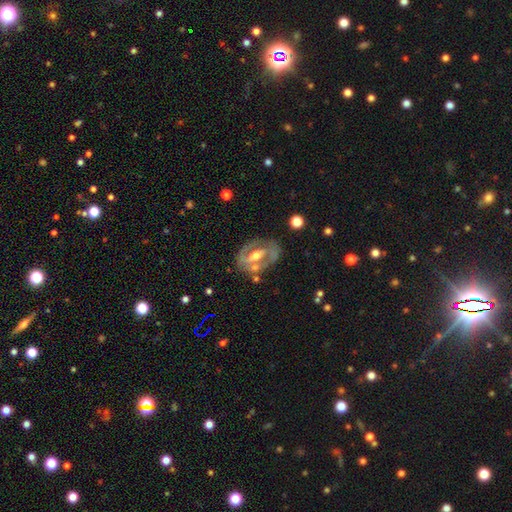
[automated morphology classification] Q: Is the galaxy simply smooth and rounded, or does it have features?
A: featured or disk — 82%.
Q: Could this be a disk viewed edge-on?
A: no — 93%.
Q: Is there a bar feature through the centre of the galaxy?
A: strong — 56%.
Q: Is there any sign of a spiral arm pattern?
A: yes — 74%.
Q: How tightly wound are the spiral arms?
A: medium — 44%.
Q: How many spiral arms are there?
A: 2 — 79%.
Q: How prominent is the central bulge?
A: moderate — 69%.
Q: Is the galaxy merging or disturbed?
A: none — 70%.